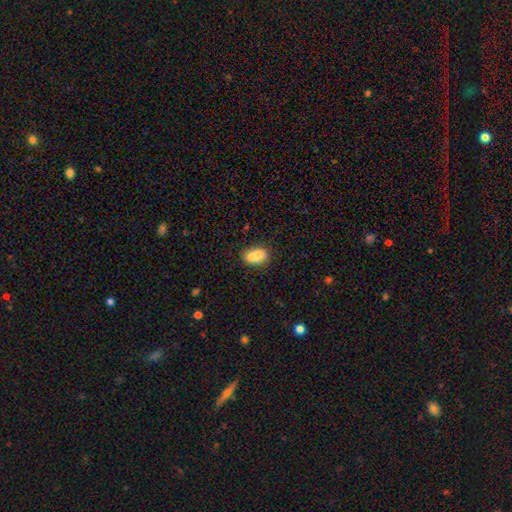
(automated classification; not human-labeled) smooth-or-featured: smooth: 71% | featured or disk: 20% | star or artifact: 9%
  how-rounded: in between: 71% | round: 27% | cigar-shaped: 2%
  merging: merger: 54% | none: 32% | minor disturbance: 10% | major disturbance: 4%